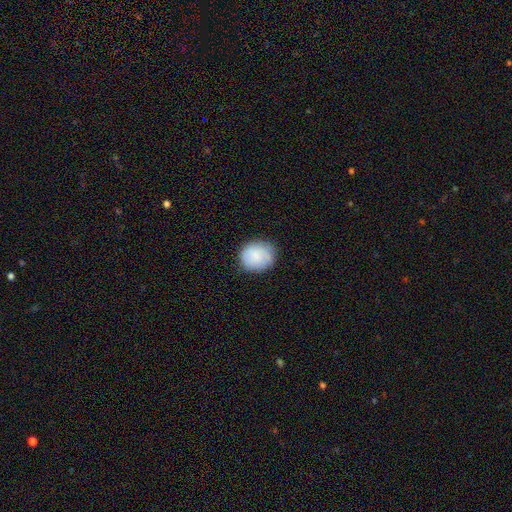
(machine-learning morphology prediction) This appears to be a smooth galaxy with no disk features (83%) that is round (78%). Merging: none (80%).